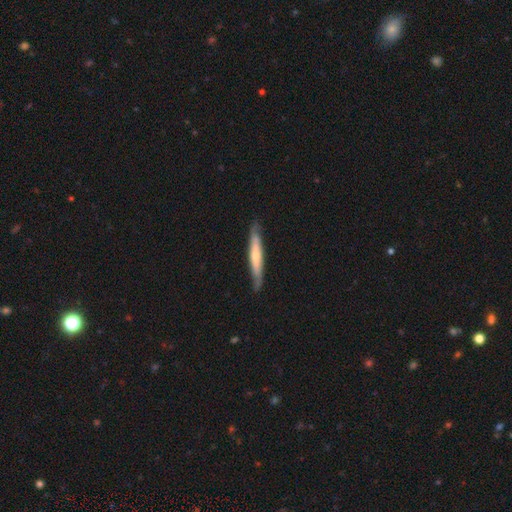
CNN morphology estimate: smooth_or_featured: featured or disk (p=0.49) [alt: smooth p=0.46]
merging: none (p=0.83) [alt: minor disturbance p=0.14]